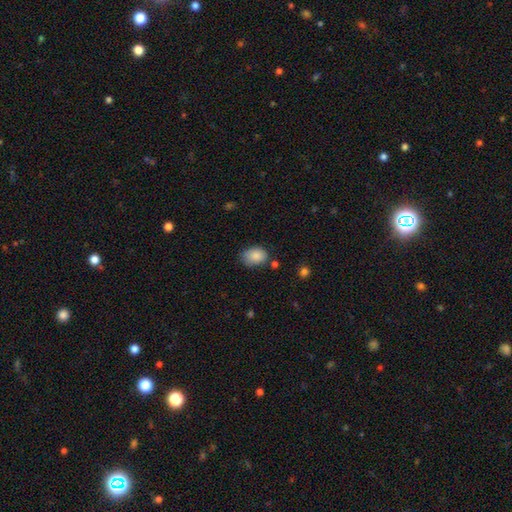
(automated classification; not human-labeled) smooth 86%, star or artifact 8%, featured or disk 6%. Down the decision tree: how rounded — in between (76%); merging — none (66%).